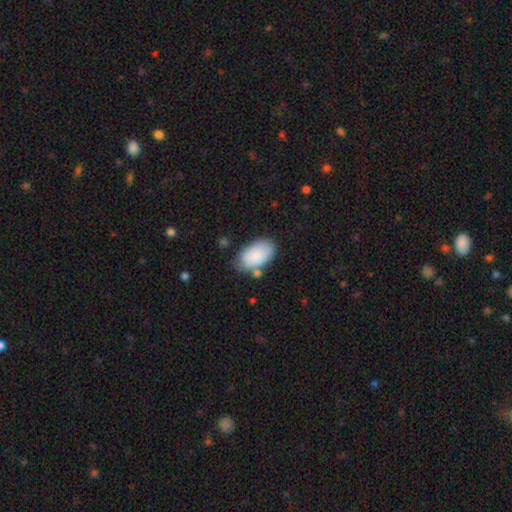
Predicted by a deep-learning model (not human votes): smooth 85%, featured or disk 9%, star or artifact 6%. Down the decision tree: how rounded — in between (94%); merging — none (68%).